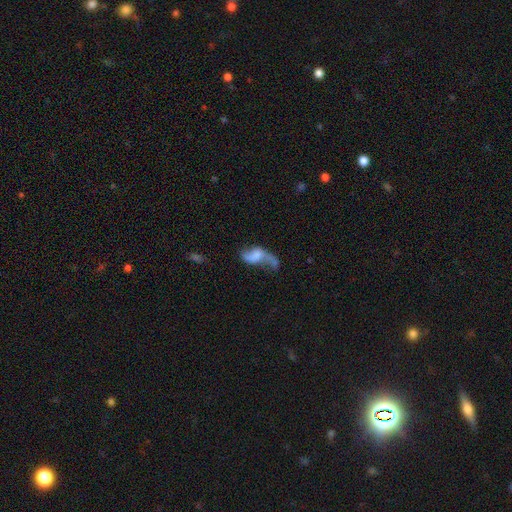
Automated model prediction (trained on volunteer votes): This is likely a featured or disk galaxy (68%). It is clearly not viewed edge-on (95%). Bar: possibly no (58%). Spiral arm pattern: clearly yes (85%). Spiral arm count: likely 2 (79%). Spiral winding: clearly loose (87%). Central bulge: possibly none (47%). Merging: marginally none (35%).